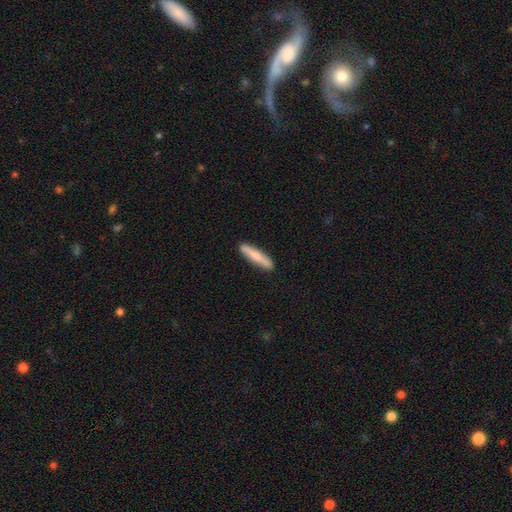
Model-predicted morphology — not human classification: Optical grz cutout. It shows a smooth galaxy with no disk features (71%) that is cigar-shaped (89%). Merging: none (89%).